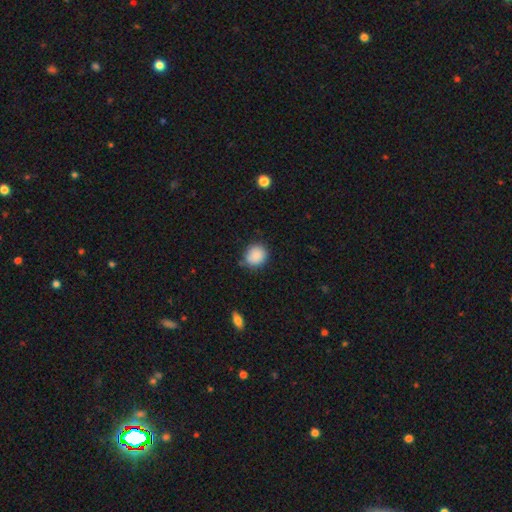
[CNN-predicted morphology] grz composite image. It shows a smooth galaxy with no disk features (88%) that is round (80%). Merging: none (81%).